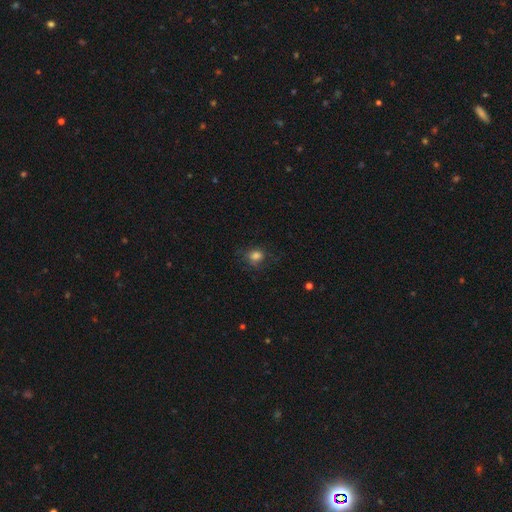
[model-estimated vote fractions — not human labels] The model was most divided on "how rounded": round: 66%, in between: 33%, cigar-shaped: 1%. More confident: smooth or featured — smooth (78%); merging — none (67%).